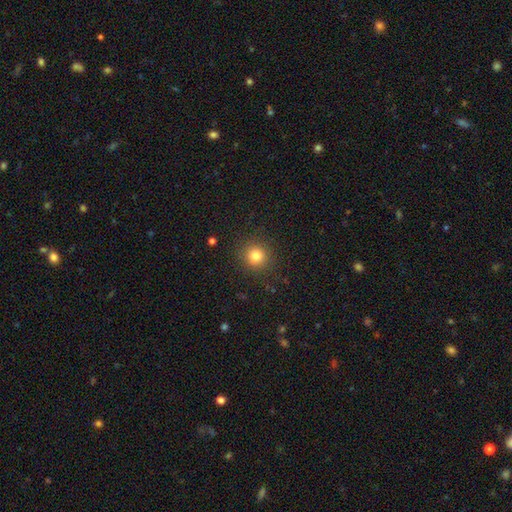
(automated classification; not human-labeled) This is clearly a smooth galaxy (81%). How rounded: clearly round (93%). Merging: clearly none (89%).